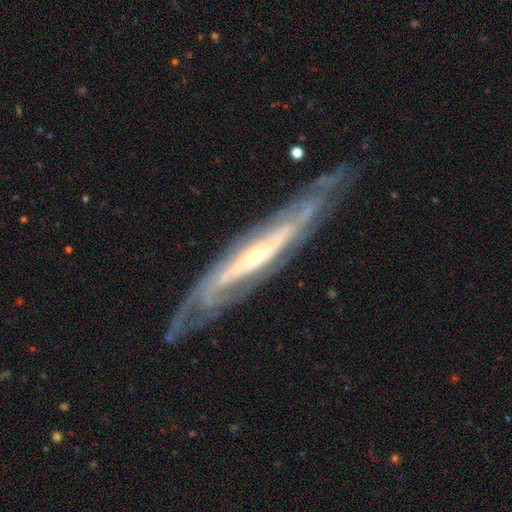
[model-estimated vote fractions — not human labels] Morphology: type=featured or disk (87%); edge-on=no (62%); bar=no (55%); spiral arms=yes (92%); bulge=small (73%); merging=none (75%).